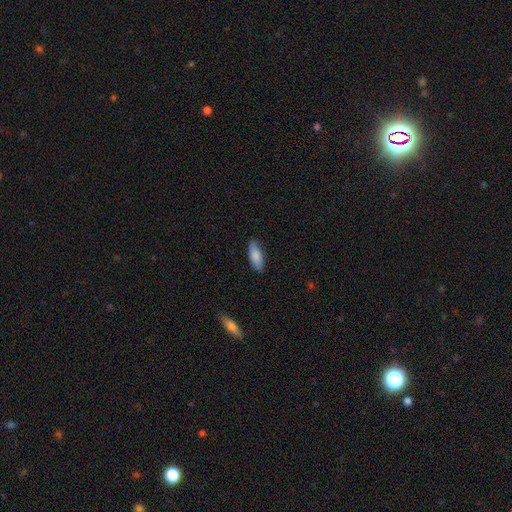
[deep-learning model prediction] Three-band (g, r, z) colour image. It shows a smooth galaxy with no disk features (82%) that is in between round and cigar-shaped (73%). Merging: none (80%).